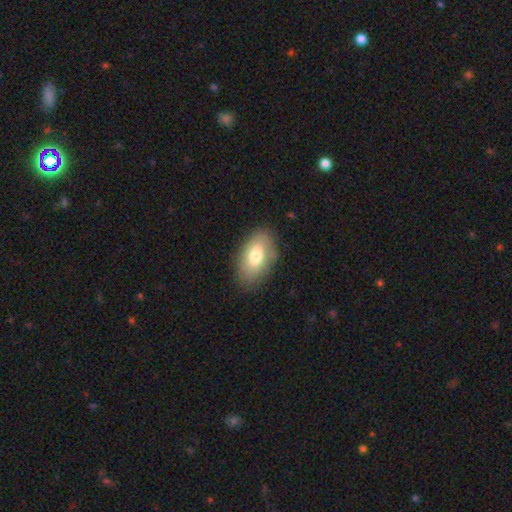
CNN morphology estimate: This appears to be a smooth galaxy with no disk features (75%) that is in between round and cigar-shaped (93%). Merging: none (81%).